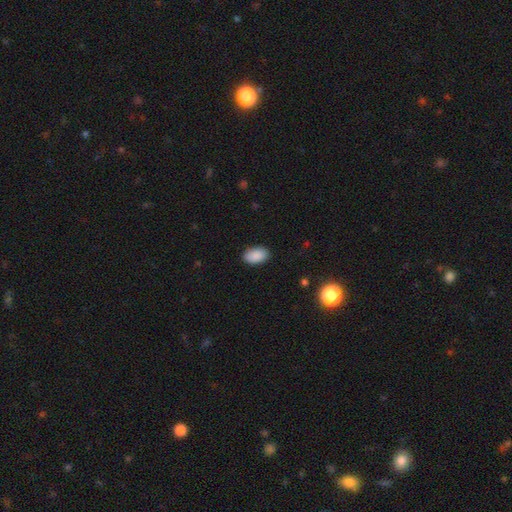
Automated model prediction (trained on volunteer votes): The model was most divided on "merging": none: 87%, minor disturbance: 9%, major disturbance: 2%, merger: 1%. More confident: how rounded — in between (93%); smooth or featured — smooth (90%).